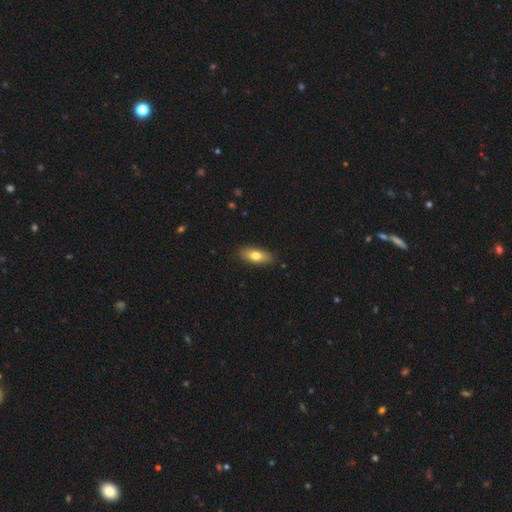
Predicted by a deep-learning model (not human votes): Morphology: type=smooth (76%); roundness=in between (80%); merging=none (86%).